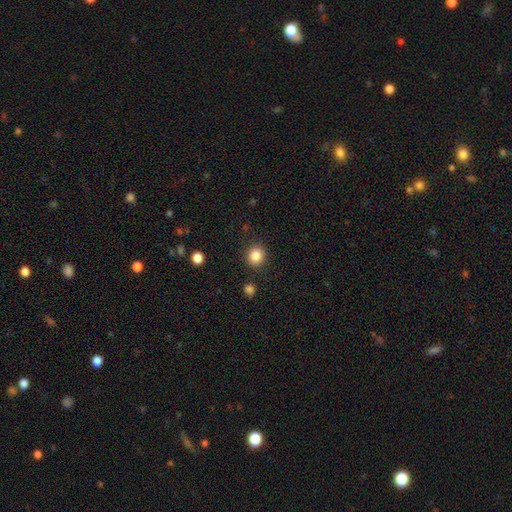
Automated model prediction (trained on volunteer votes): Smooth or featured? Predicted: smooth (p=0.85). How rounded? Predicted: round (p=0.82). Merging? Predicted: none (p=0.88).